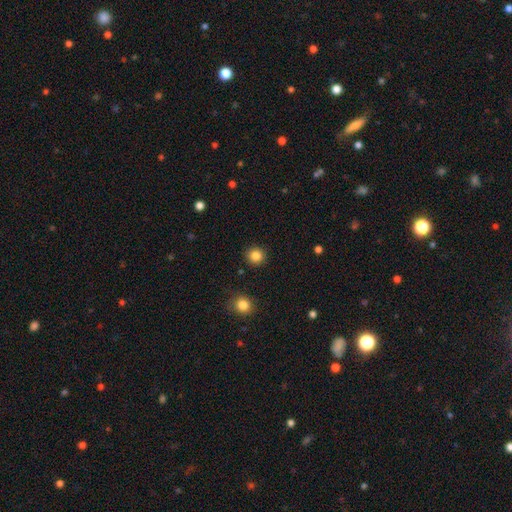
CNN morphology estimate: type=smooth (84%); roundness=round (93%); merging=none (91%).